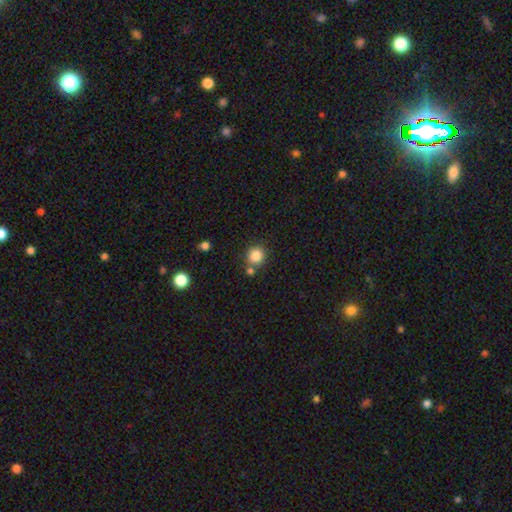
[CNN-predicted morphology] This is clearly a smooth galaxy (85%). How rounded: clearly round (87%). Merging: likely none (73%).